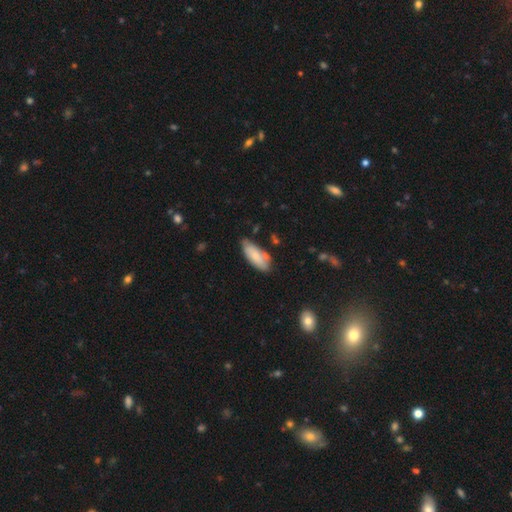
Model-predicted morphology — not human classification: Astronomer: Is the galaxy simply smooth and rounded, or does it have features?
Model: smooth — 77%.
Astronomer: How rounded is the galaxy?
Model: in between — 80%.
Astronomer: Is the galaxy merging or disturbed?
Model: none — 64%.